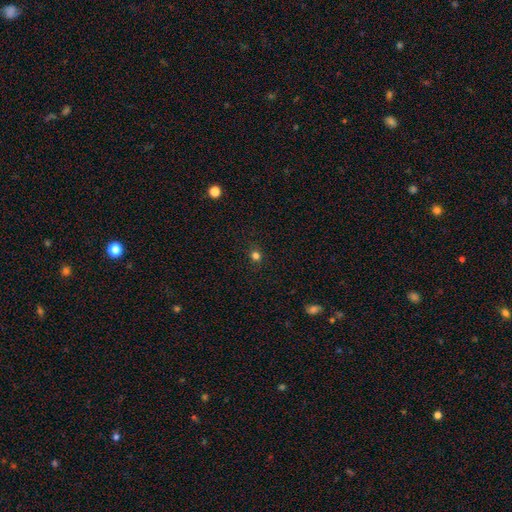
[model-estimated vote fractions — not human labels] smooth 78%, star or artifact 18%, featured or disk 5%. Down the decision tree: how rounded — round (87%); merging — none (88%).